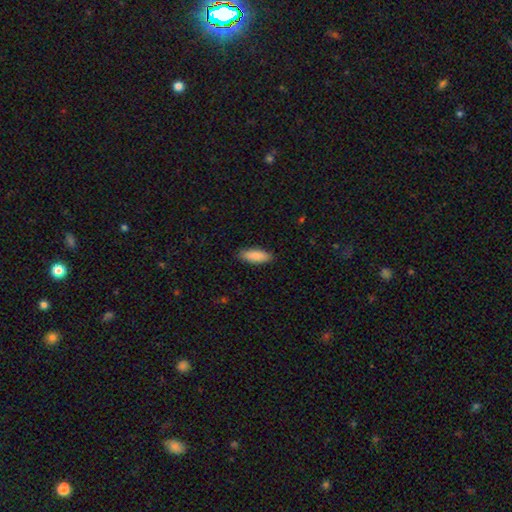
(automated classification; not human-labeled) smooth 89%, star or artifact 6%, featured or disk 6%. Down the decision tree: how rounded — in between (70%); merging — none (88%).